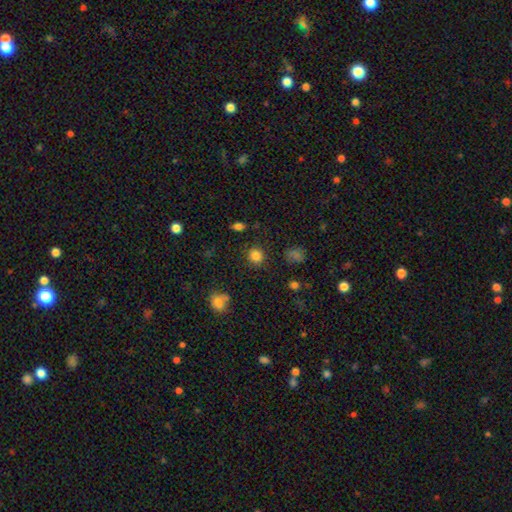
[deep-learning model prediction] The model was most divided on "smooth or featured": smooth: 83%, star or artifact: 12%, featured or disk: 5%. More confident: how rounded — round (87%); merging — none (87%).